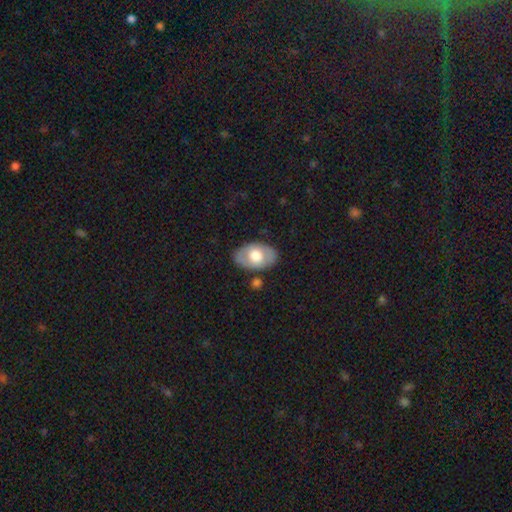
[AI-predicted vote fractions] smooth-or-featured: smooth: 53% | featured or disk: 41% | star or artifact: 5%
  how-rounded: in between: 90% | round: 9% | cigar-shaped: 1%
  merging: none: 81% | minor disturbance: 13% | major disturbance: 3% | merger: 3%